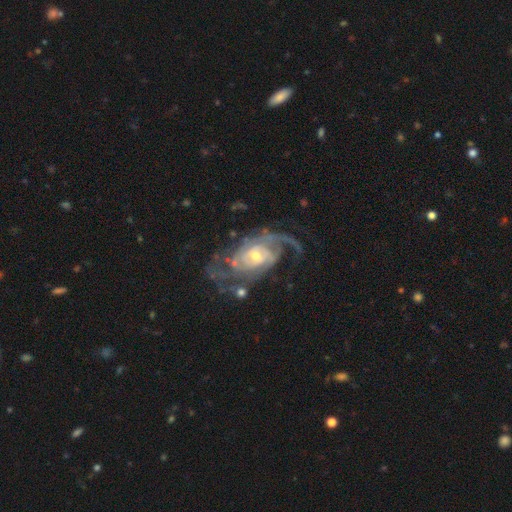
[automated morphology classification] A featured or disk galaxy (90%) with no bar (54%), 2 (37%) tight (46%) spiral arms (96%) and a moderate central bulge (49%). Merging: none (55%).